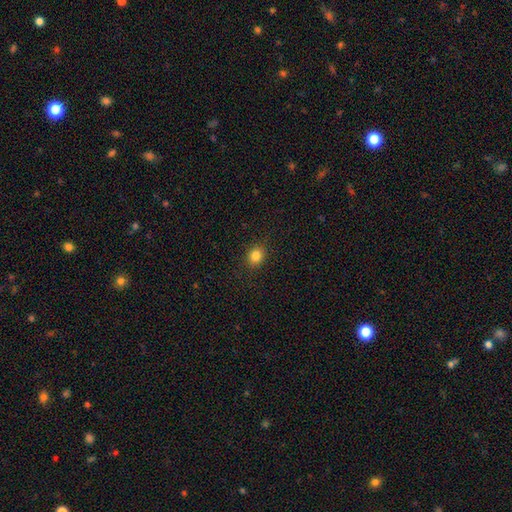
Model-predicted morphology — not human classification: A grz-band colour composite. It shows a smooth galaxy with no disk features (83%) that is round (72%). Merging: none (89%).